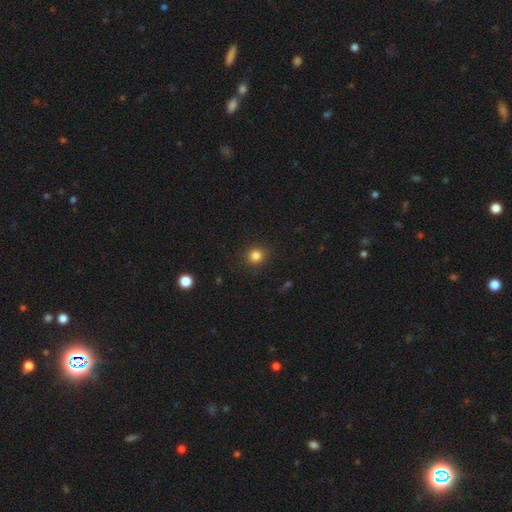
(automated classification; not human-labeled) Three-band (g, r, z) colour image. It shows a smooth galaxy with no disk features (83%) that is round (91%). Merging: none (90%).